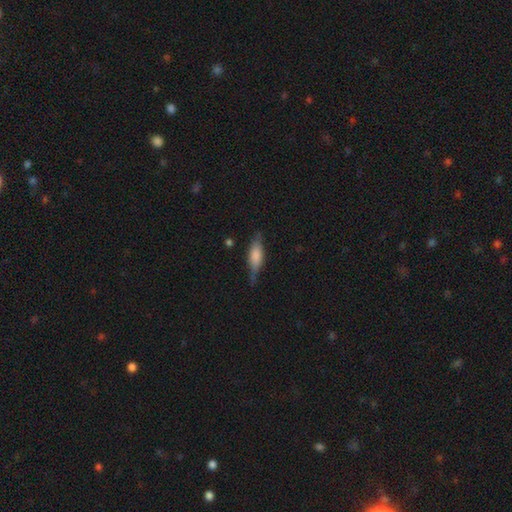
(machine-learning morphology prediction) smooth 61%, featured or disk 32%, star or artifact 7%. Down the decision tree: how rounded — in between (53%); merging — none (67%).